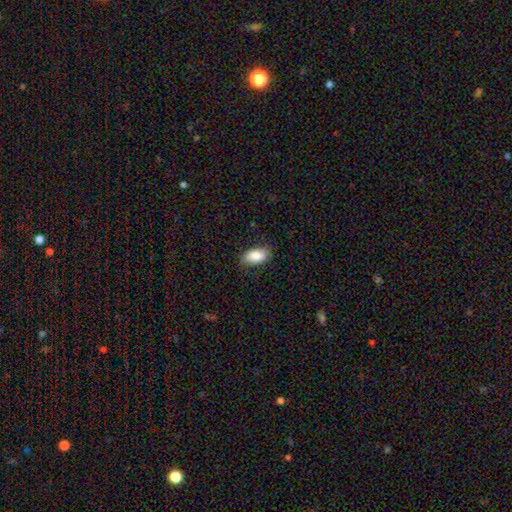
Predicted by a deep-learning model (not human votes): smooth-or-featured: smooth: 84% | featured or disk: 10% | star or artifact: 6%
  how-rounded: in between: 93% | round: 4% | cigar-shaped: 3%
  merging: none: 78% | minor disturbance: 17% | major disturbance: 3% | merger: 1%